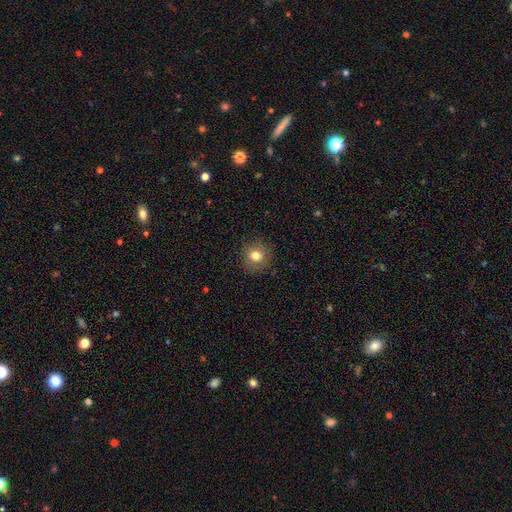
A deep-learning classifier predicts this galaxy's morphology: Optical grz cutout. It shows a smooth galaxy with no disk features (79%) that is round (89%). Merging: none (89%).